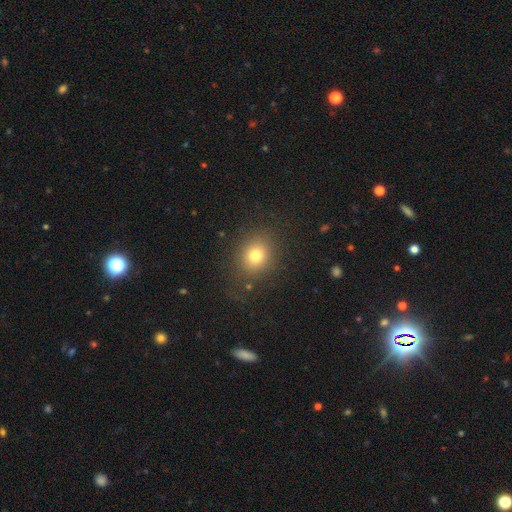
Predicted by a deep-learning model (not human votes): smooth 76%, star or artifact 14%, featured or disk 10%. Down the decision tree: how rounded — round (72%); merging — none (81%).